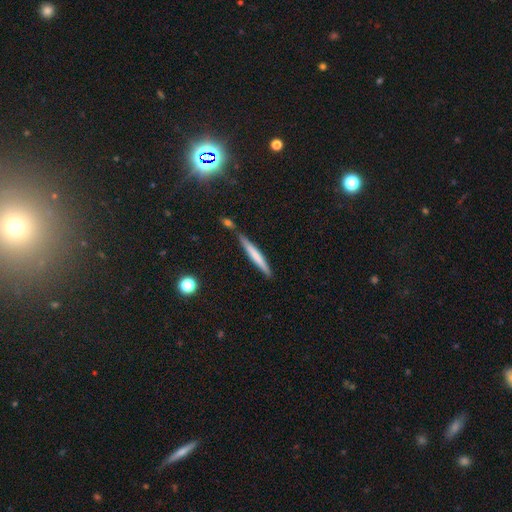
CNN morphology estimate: A smooth galaxy with no disk features (59%) that is cigar-shaped (96%). Merging: none (77%).